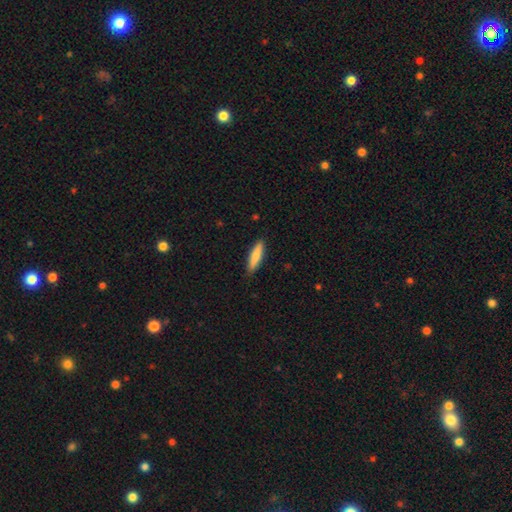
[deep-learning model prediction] Q: Smooth or featured?
A: smooth (81%); runner-up: featured or disk (14%)
Q: How rounded?
A: cigar-shaped (76%); runner-up: in between (22%)
Q: Merging?
A: none (89%); runner-up: minor disturbance (8%)